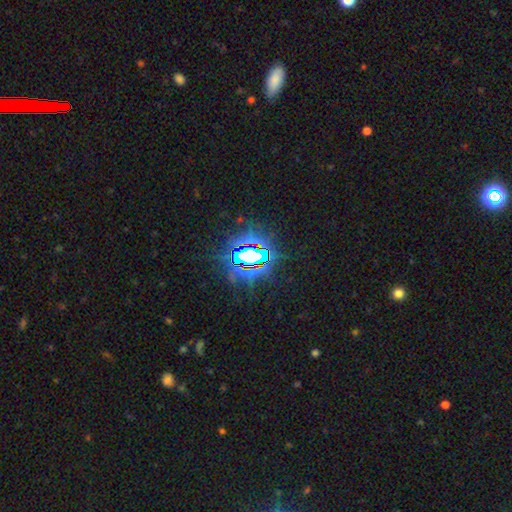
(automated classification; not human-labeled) star or artifact 77%, featured or disk 12%, smooth 11%.